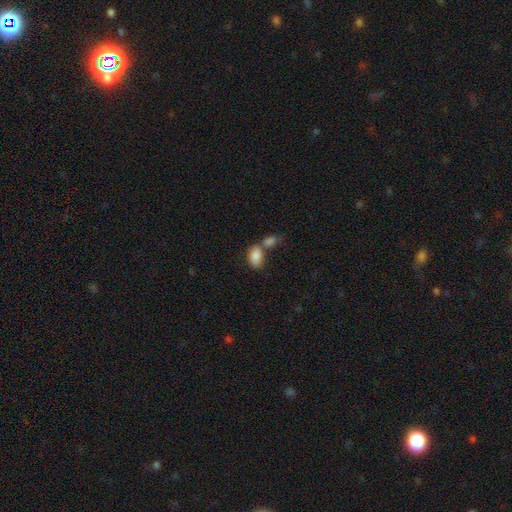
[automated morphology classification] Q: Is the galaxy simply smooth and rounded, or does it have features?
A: smooth — 85%.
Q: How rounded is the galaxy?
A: in between — 91%.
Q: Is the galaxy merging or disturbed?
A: merger — 50%.